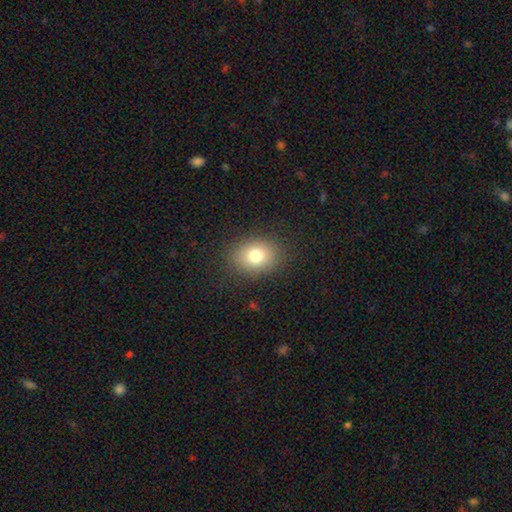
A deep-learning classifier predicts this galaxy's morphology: Q: Smooth or featured?
A: smooth (78%); runner-up: star or artifact (12%)
Q: How rounded?
A: in between (52%); runner-up: round (47%)
Q: Merging?
A: none (86%); runner-up: minor disturbance (9%)